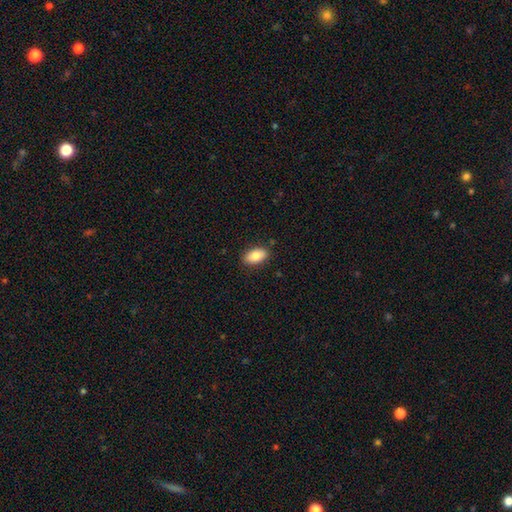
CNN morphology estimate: Smooth or featured? smooth (83%)
How rounded? in between (92%)
Merging? none (87%)